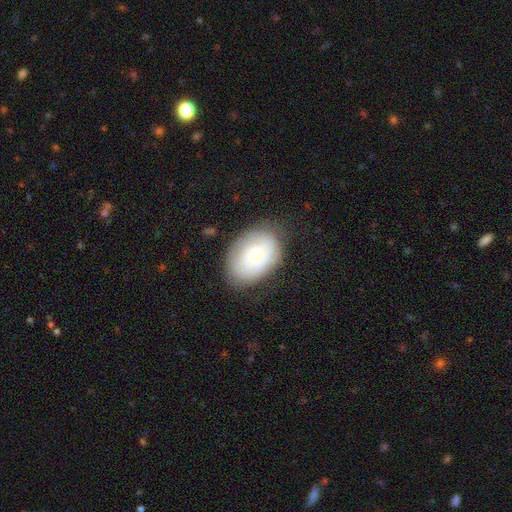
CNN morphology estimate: Smooth or featured?
  - smooth: 57% *
  - featured or disk: 35%
  - star or artifact: 8%
How rounded?
  - in between: 77% *
  - round: 22%
  - cigar-shaped: 1%
Merging?
  - none: 73% *
  - minor disturbance: 19%
  - major disturbance: 6%
  - merger: 1%